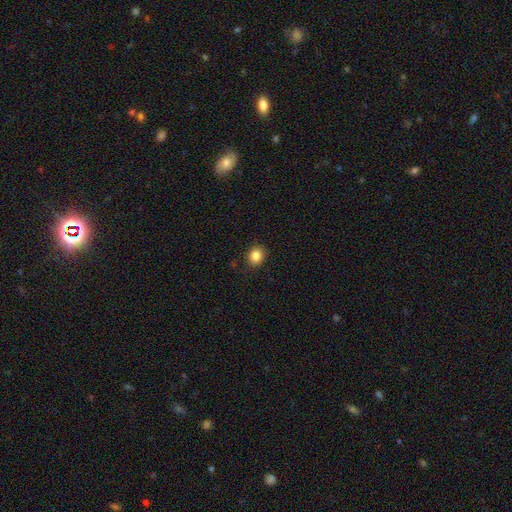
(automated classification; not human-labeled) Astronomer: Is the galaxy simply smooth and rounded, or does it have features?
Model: smooth — 85%.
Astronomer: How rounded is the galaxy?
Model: round — 67%.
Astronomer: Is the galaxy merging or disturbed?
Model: none — 88%.